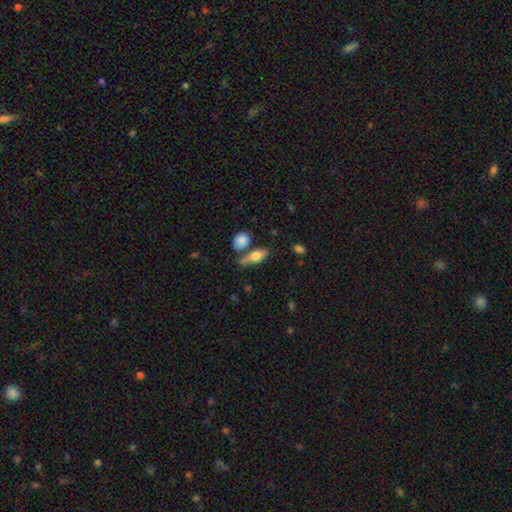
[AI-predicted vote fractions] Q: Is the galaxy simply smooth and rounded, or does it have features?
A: smooth — 66%.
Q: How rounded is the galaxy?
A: in between — 68%.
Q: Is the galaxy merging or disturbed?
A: none — 56%.